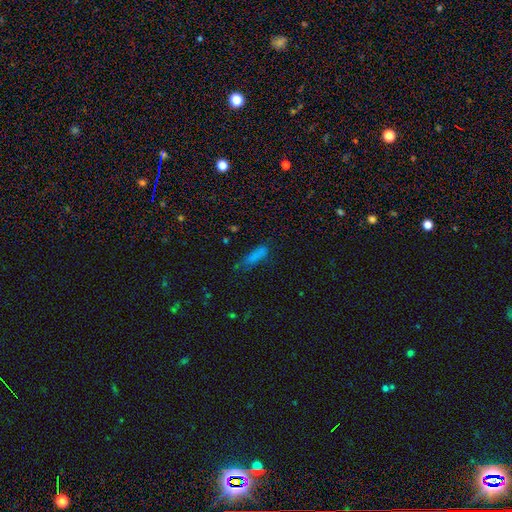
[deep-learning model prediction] smooth 70%, star or artifact 18%, featured or disk 12%. Down the decision tree: how rounded — cigar-shaped (68%); merging — none (63%).